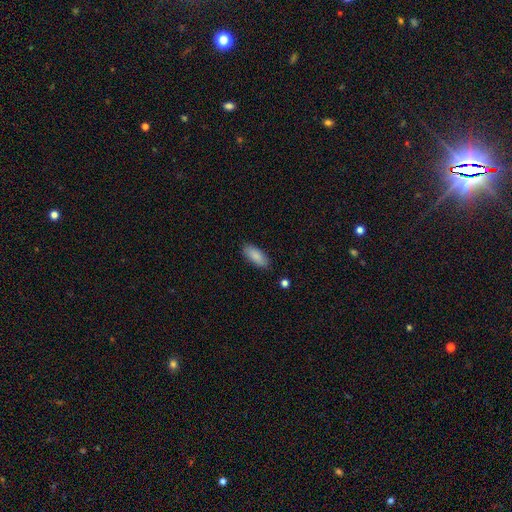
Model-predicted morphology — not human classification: The model was most divided on "how rounded": in between: 82%, cigar-shaped: 16%, round: 2%. More confident: smooth or featured — smooth (88%); merging — none (87%).